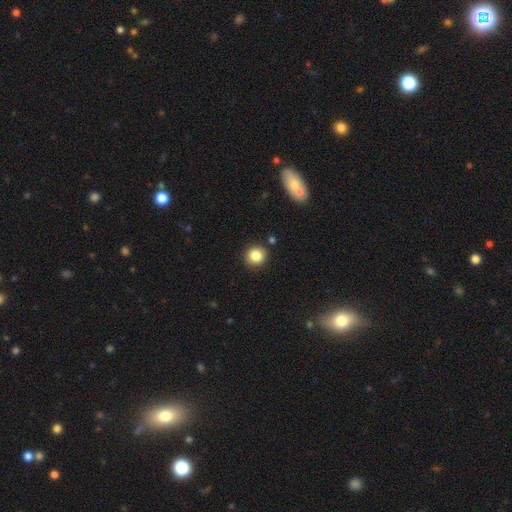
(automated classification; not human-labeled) Smooth or featured? smooth (85%)
How rounded? round (90%)
Merging? none (88%)